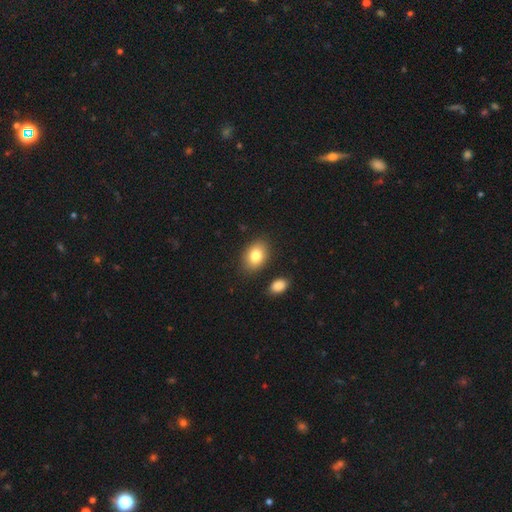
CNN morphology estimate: Smooth or featured: smooth — 81% (featured or disk — 10%)
How rounded: in between — 78% (round — 21%)
Merging: none — 84% (minor disturbance — 10%)